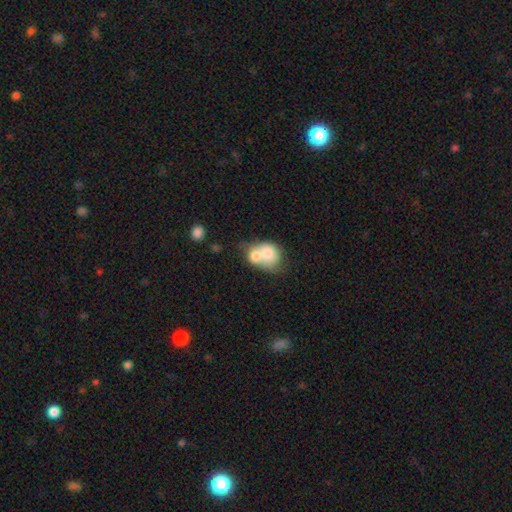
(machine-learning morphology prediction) Smooth or featured? Predicted: smooth (p=0.72). How rounded? Predicted: round (p=0.55). Merging? Predicted: merger (p=0.74).